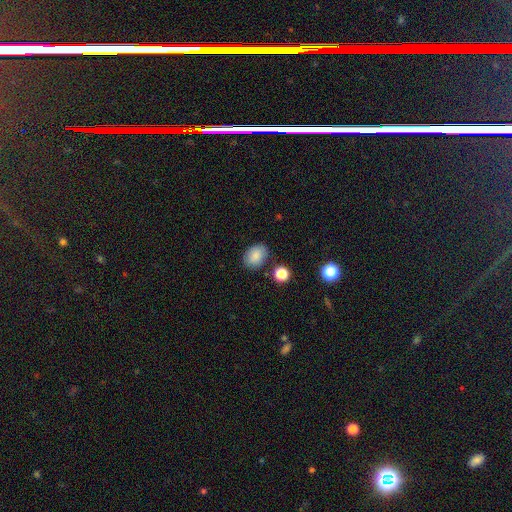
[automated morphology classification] This appears to be a smooth galaxy with no disk features (84%) that is in between round and cigar-shaped (71%). Merging: none (79%).